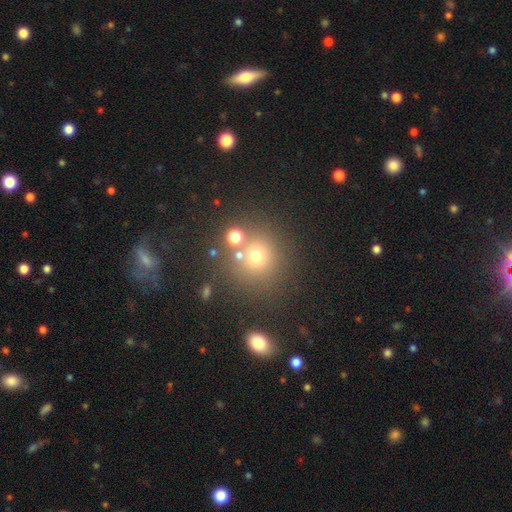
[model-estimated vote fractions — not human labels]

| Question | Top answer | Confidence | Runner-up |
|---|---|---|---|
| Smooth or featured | smooth | 66% | star or artifact (22%) |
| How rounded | round | 89% | in between (10%) |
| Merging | none | 72% | merger (13%) |